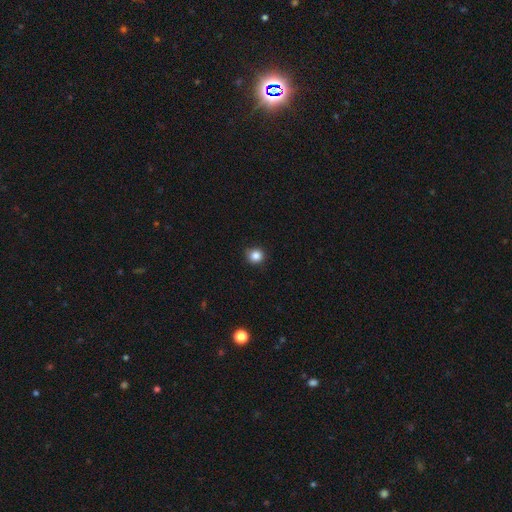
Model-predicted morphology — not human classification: A smooth galaxy with no disk features (85%) that is round (90%).

Vote fractions:
- Smooth or featured? smooth: 85% / star or artifact: 11% / featured or disk: 4%
- How rounded? round: 90% / in between: 9% / cigar-shaped: 1%
- Merging? none: 86% / minor disturbance: 11% / major disturbance: 2% / merger: 1%